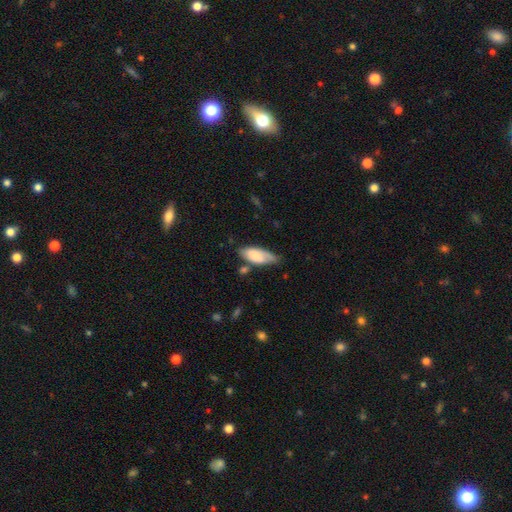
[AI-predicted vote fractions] Smooth or featured? Predicted: smooth (p=0.68). How rounded? Predicted: in between (p=0.82). Merging? Predicted: none (p=0.54).